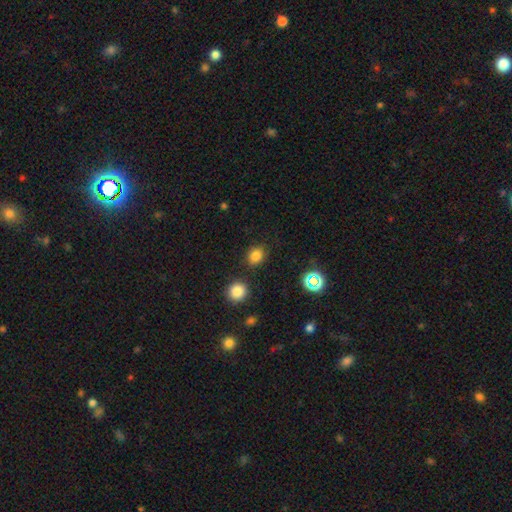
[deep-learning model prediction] smooth-or-featured: smooth: 79% | star or artifact: 16% | featured or disk: 5%
  how-rounded: round: 71% | in between: 28% | cigar-shaped: 1%
  merging: none: 84% | minor disturbance: 9% | merger: 4% | major disturbance: 3%